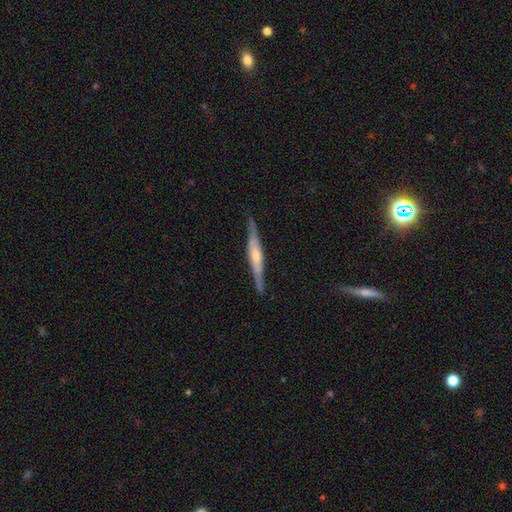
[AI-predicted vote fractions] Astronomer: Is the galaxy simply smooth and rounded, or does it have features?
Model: featured or disk — 68%.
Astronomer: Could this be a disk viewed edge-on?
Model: yes — 95%.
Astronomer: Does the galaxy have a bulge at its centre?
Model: rounded — 57%.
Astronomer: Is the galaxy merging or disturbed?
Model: none — 86%.